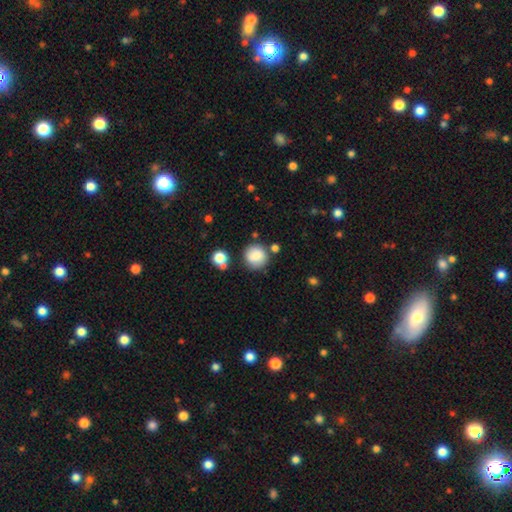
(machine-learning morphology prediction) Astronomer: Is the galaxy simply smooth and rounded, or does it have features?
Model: smooth — 83%.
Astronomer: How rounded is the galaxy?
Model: round — 92%.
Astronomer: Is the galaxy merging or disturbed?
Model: none — 76%.